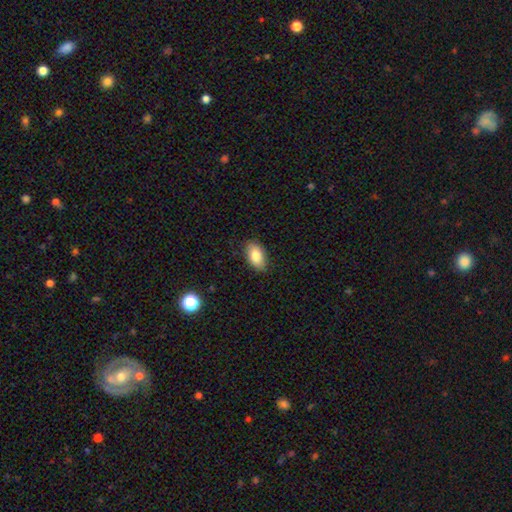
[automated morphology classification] The model was most divided on "smooth or featured": smooth: 82%, featured or disk: 10%, star or artifact: 7%. More confident: how rounded — in between (92%); merging — none (86%).